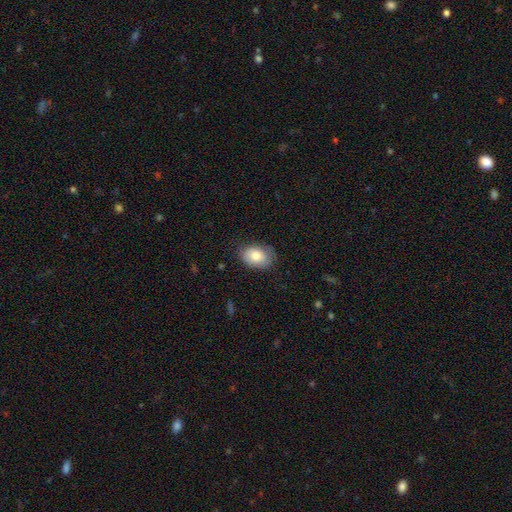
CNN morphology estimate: This appears to be a smooth galaxy with no disk features (79%) that is in between round and cigar-shaped (79%). Merging: none (73%).